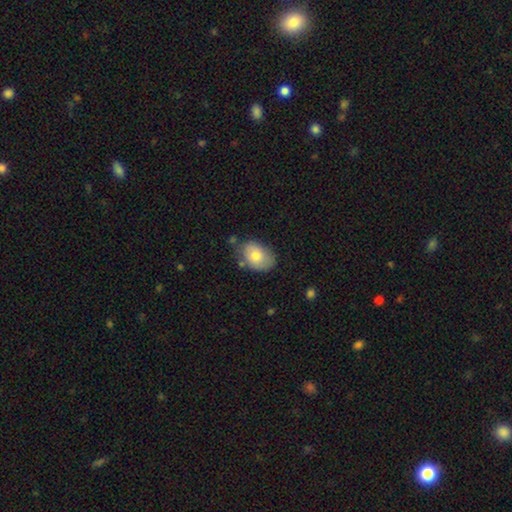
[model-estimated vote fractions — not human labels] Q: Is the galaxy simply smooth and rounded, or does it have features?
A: smooth — 76%.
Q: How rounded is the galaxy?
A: in between — 82%.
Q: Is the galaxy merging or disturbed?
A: none — 67%.